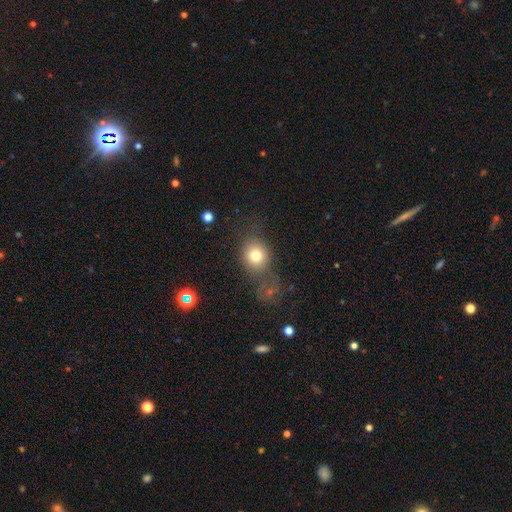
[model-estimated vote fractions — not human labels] Smooth or featured? smooth (76%)
How rounded? round (71%)
Merging? none (59%)